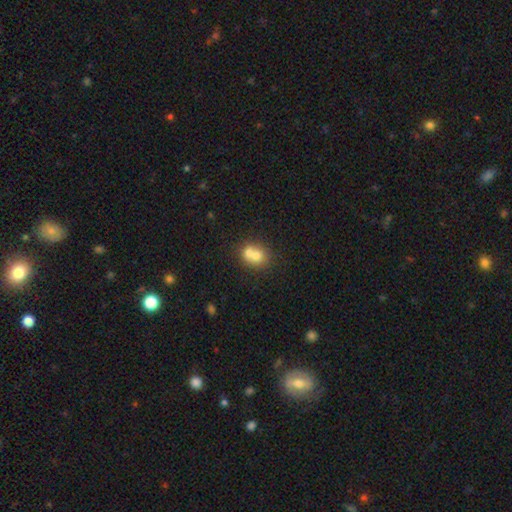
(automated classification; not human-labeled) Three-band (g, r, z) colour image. It shows a smooth galaxy with no disk features (69%) that is round (73%). Merging: merger (62%).